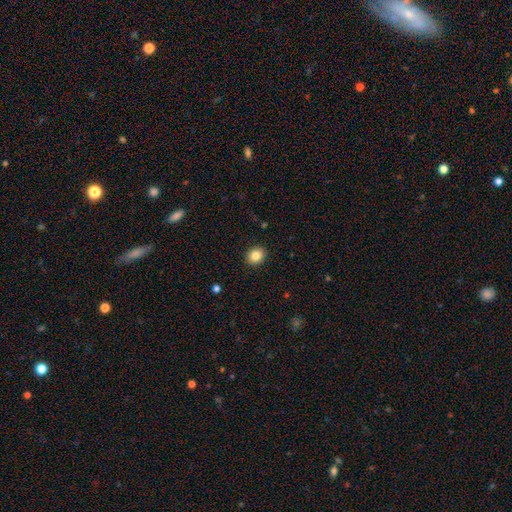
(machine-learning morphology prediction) This is clearly a smooth galaxy (85%). How rounded: likely round (60%). Merging: clearly none (91%).